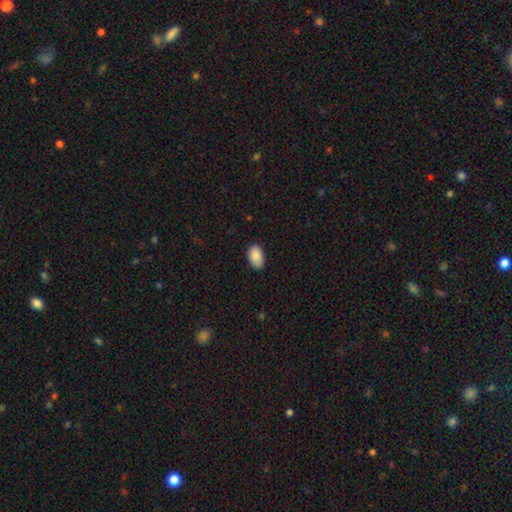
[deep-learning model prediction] smooth_or_featured: smooth (p=0.89) [alt: star or artifact p=0.07]
how_rounded: in between (p=0.92) [alt: round p=0.07]
merging: none (p=0.83) [alt: minor disturbance p=0.14]